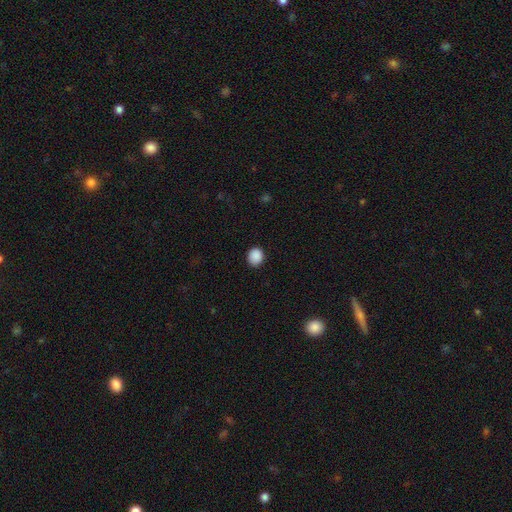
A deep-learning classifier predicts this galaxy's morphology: smooth_or_featured: smooth (p=0.89) [alt: star or artifact p=0.09]
how_rounded: round (p=0.72) [alt: in between p=0.27]
merging: none (p=0.90) [alt: minor disturbance p=0.07]